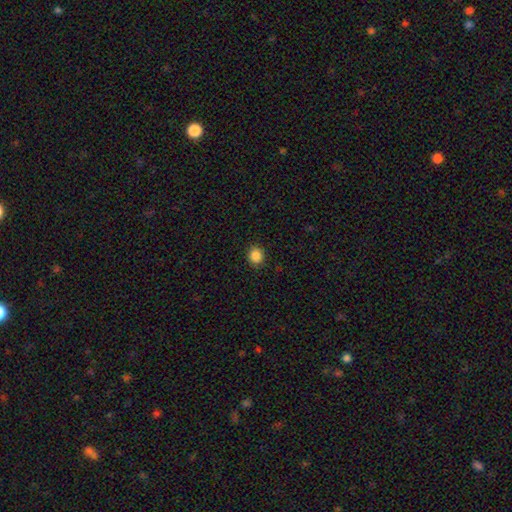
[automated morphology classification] Smooth or featured? Predicted: smooth (p=0.87). How rounded? Predicted: round (p=0.81). Merging? Predicted: none (p=0.90).